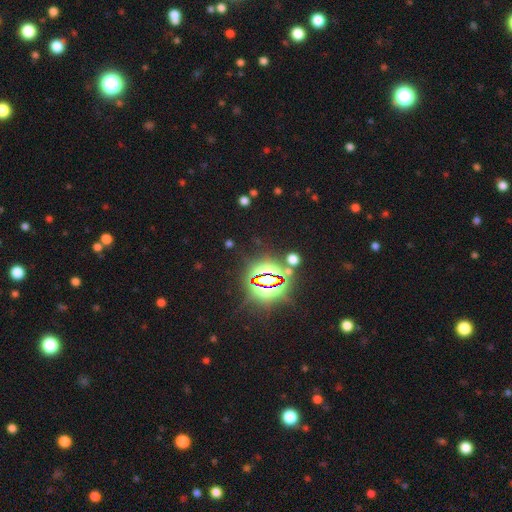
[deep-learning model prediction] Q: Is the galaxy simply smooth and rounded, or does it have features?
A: star or artifact — 85%.